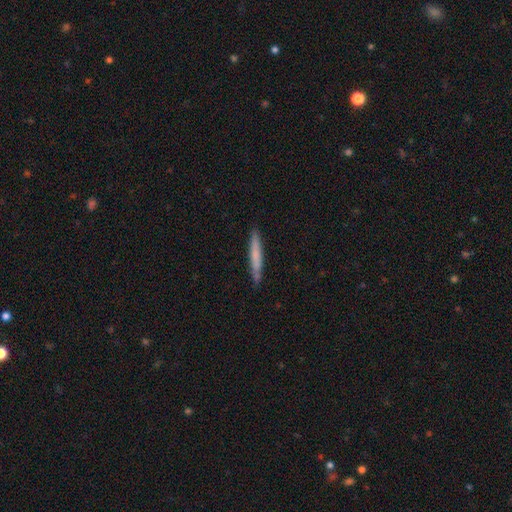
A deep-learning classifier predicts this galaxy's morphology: smooth_or_featured: smooth (p=0.63) [alt: featured or disk p=0.32]
how_rounded: cigar-shaped (p=0.96) [alt: in between p=0.03]
merging: none (p=0.87) [alt: minor disturbance p=0.10]